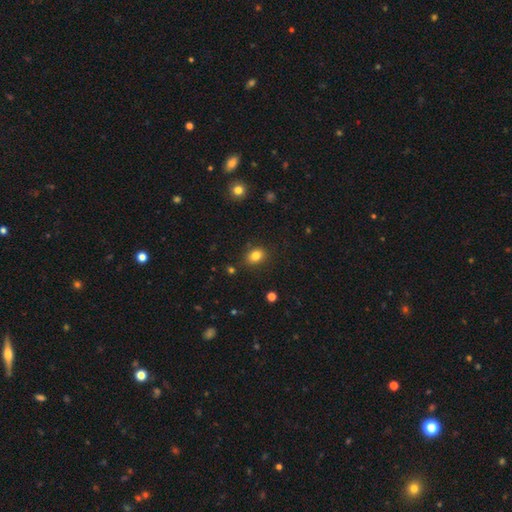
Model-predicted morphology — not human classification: Overall: smooth (83%). How rounded: in between (64%; round 35%). Merging: none (84%).